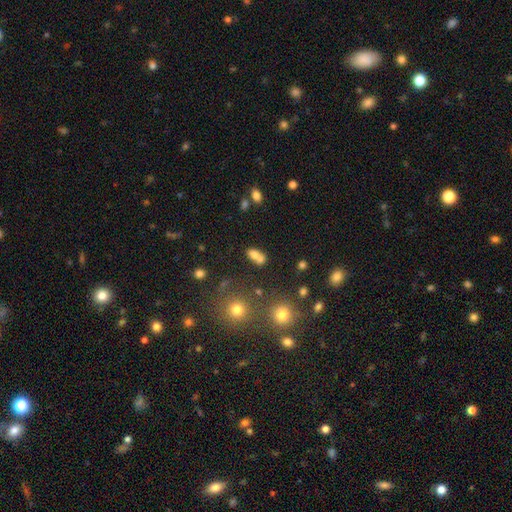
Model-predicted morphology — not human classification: Smooth or featured: smooth — 71% (featured or disk — 15%)
How rounded: in between — 76% (round — 17%)
Merging: merger — 49% (none — 35%)